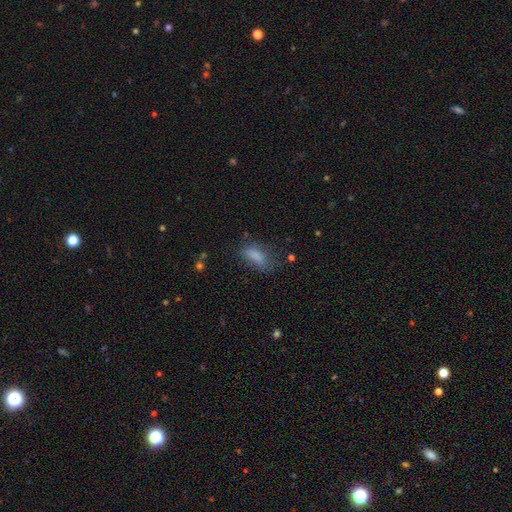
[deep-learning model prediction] A smooth galaxy with no disk features (78%) that is in between round and cigar-shaped (77%). Merging: none (49%).